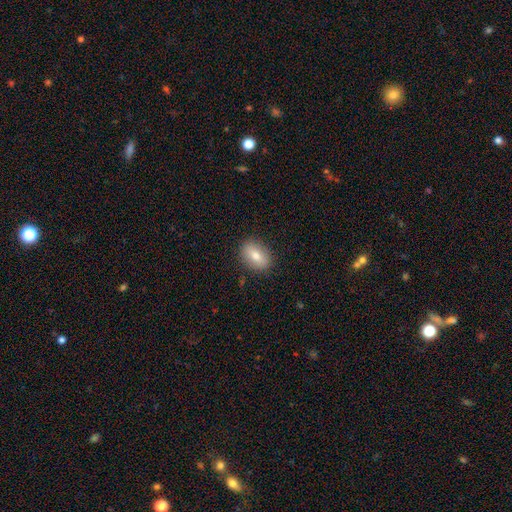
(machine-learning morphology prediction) A smooth galaxy with no disk features (76%) that is in between round and cigar-shaped (80%). Merging: none (86%).